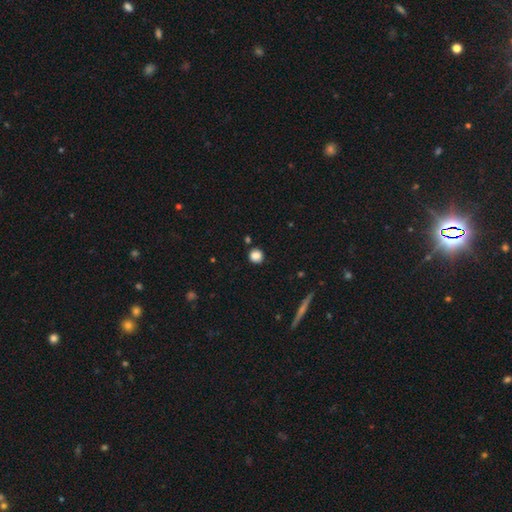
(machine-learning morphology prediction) The model was most divided on "smooth or featured": smooth: 85%, star or artifact: 11%, featured or disk: 4%. More confident: how rounded — round (90%); merging — none (85%).